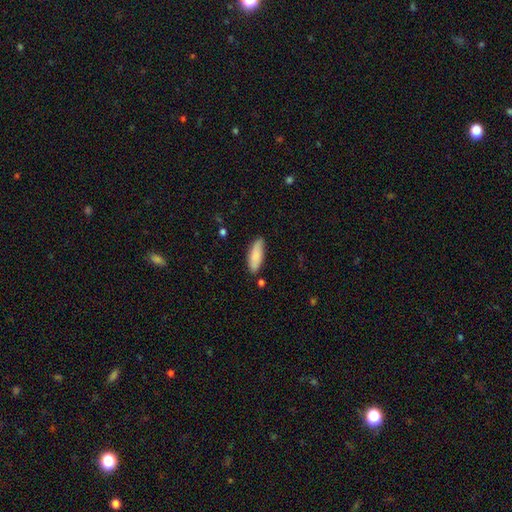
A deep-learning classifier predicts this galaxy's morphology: The model was most divided on "how rounded": in between: 62%, cigar-shaped: 37%, round: 2%. More confident: smooth or featured — smooth (83%); merging — none (79%).